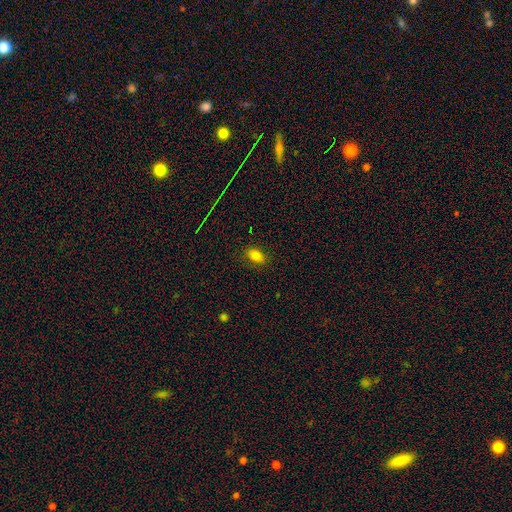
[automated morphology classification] Overall: smooth (80%). How rounded: in between (84%). Merging: none (84%).